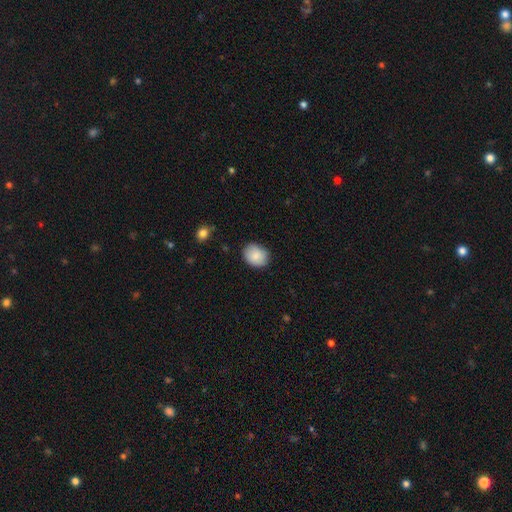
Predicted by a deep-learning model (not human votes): smooth 88%, star or artifact 7%, featured or disk 5%. Down the decision tree: how rounded — in between (52%); merging — none (84%).